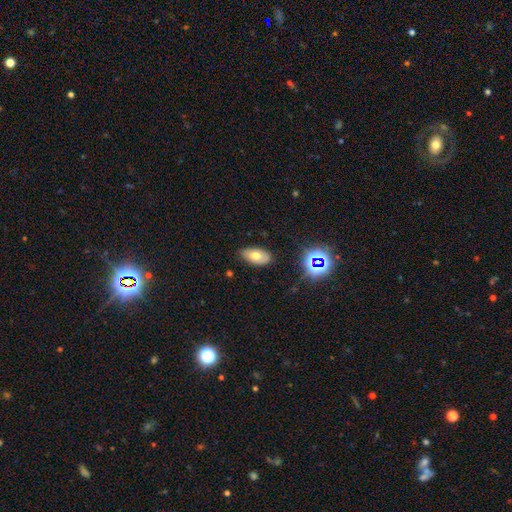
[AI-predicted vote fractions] Overall: smooth (65%). How rounded: in between (92%). Merging: none (78%).